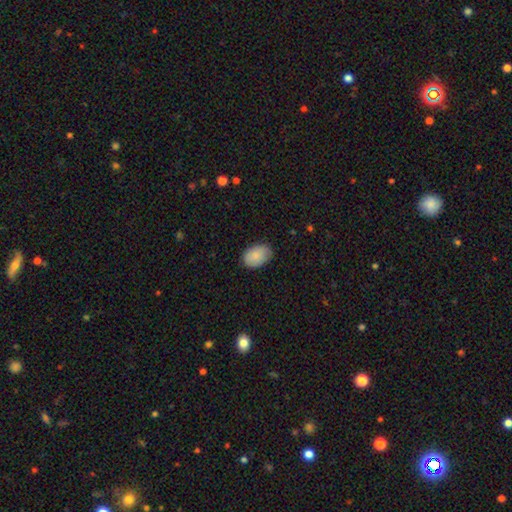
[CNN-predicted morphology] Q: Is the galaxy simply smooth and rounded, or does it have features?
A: smooth — 86%.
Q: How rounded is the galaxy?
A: in between — 86%.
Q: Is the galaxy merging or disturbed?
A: none — 80%.